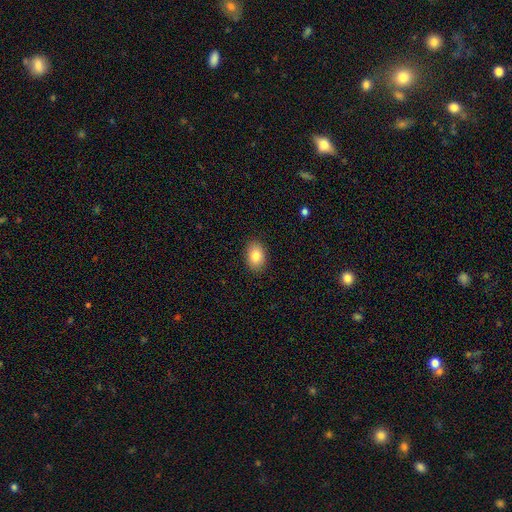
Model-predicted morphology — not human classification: Smooth or featured?
  - smooth: 83% *
  - featured or disk: 9%
  - star or artifact: 8%
How rounded?
  - in between: 83% *
  - round: 16%
  - cigar-shaped: 1%
Merging?
  - none: 89% *
  - minor disturbance: 8%
  - major disturbance: 2%
  - merger: 1%